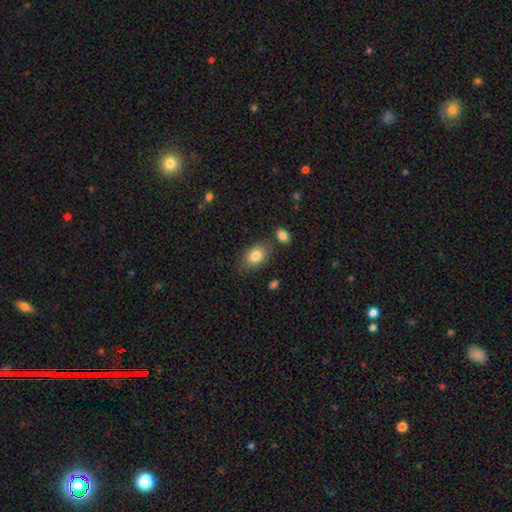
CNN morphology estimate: The model was most divided on "merging": none: 72%, minor disturbance: 17%, merger: 7%, major disturbance: 4%. More confident: smooth or featured — smooth (82%); how rounded — in between (79%).